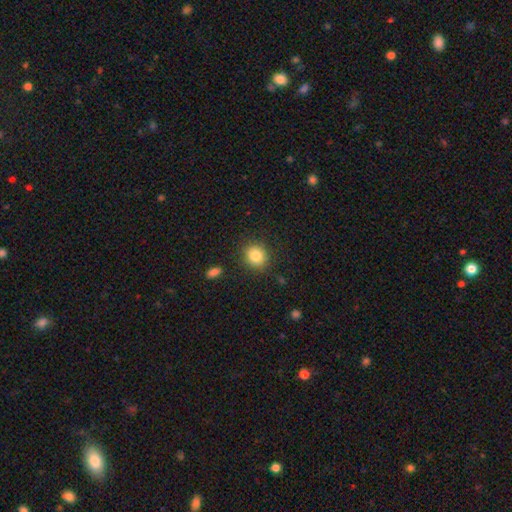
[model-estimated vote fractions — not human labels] This is clearly a smooth galaxy (84%). How rounded: likely round (77%). Merging: clearly none (86%).